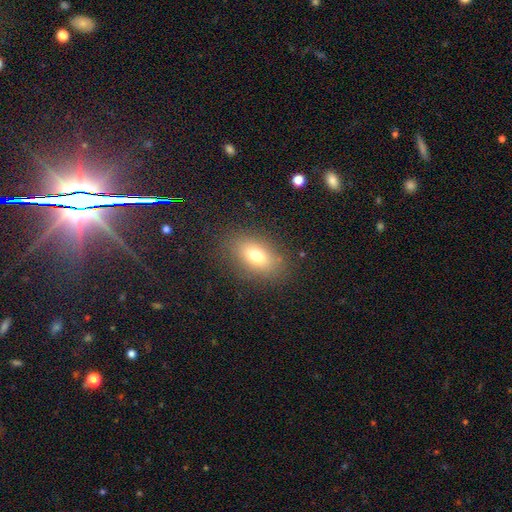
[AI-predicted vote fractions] Smooth or featured: smooth — 74% (featured or disk — 14%)
How rounded: in between — 84% (round — 13%)
Merging: none — 84% (minor disturbance — 10%)